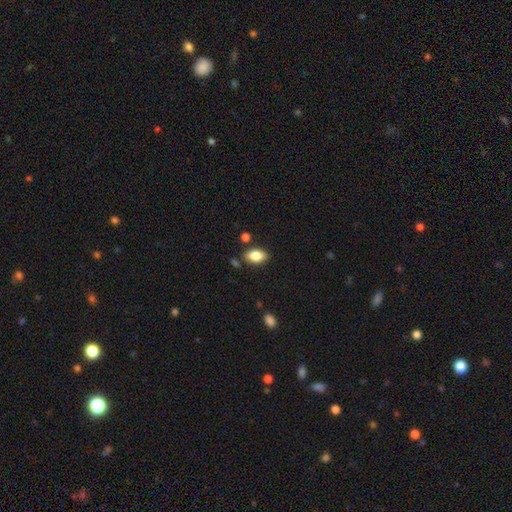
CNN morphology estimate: This is clearly a smooth galaxy (83%). How rounded: clearly in between (90%). Merging: clearly none (82%).